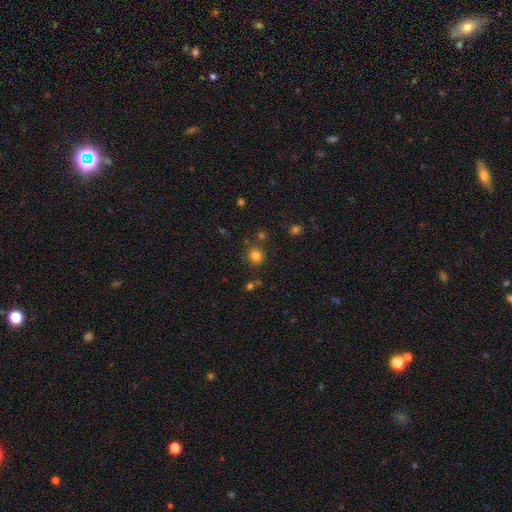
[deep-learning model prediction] Q: Smooth or featured?
A: smooth (80%); runner-up: star or artifact (15%)
Q: How rounded?
A: round (87%); runner-up: in between (12%)
Q: Merging?
A: none (81%); runner-up: minor disturbance (9%)